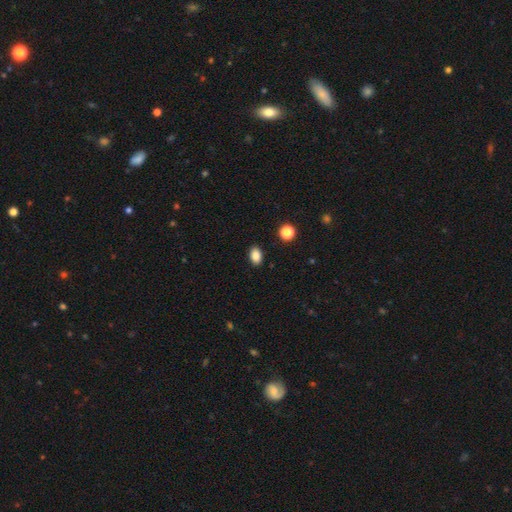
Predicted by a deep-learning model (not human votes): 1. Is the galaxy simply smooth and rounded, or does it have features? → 86% smooth, 10% star or artifact, 4% featured or disk.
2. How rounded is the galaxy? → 82% in between, 16% round, 1% cigar-shaped.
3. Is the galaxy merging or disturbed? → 89% none, 8% minor disturbance, 2% major disturbance, 1% merger.